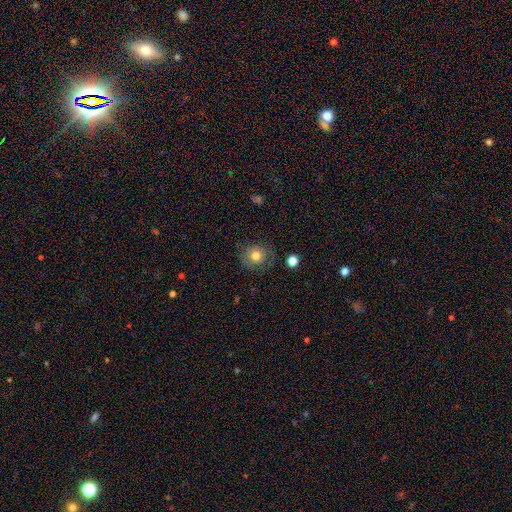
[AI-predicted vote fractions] Smooth or featured?
  - smooth: 72% *
  - featured or disk: 17%
  - star or artifact: 11%
How rounded?
  - round: 88% *
  - in between: 11%
  - cigar-shaped: 1%
Merging?
  - none: 78% *
  - minor disturbance: 15%
  - major disturbance: 6%
  - merger: 1%